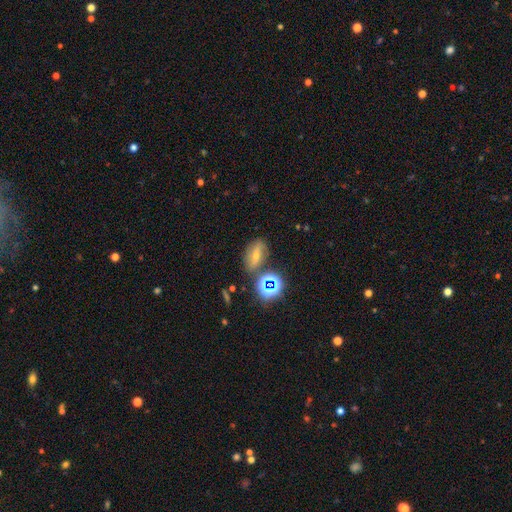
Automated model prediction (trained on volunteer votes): This appears to be a smooth galaxy with no disk features (42%). Merging: none (71%).